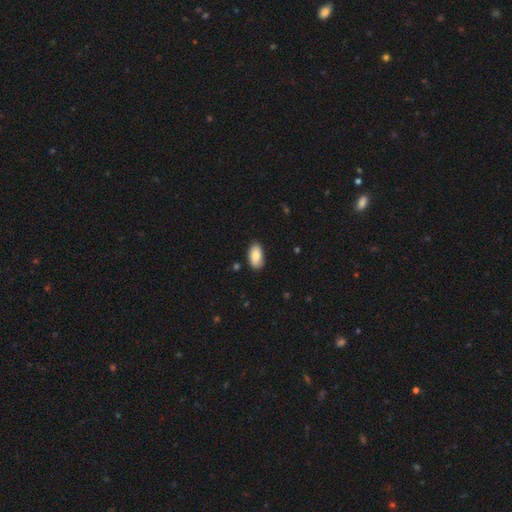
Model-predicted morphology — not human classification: Q: Smooth or featured?
A: smooth (86%); runner-up: featured or disk (7%)
Q: How rounded?
A: in between (94%); runner-up: cigar-shaped (3%)
Q: Merging?
A: none (85%); runner-up: minor disturbance (12%)